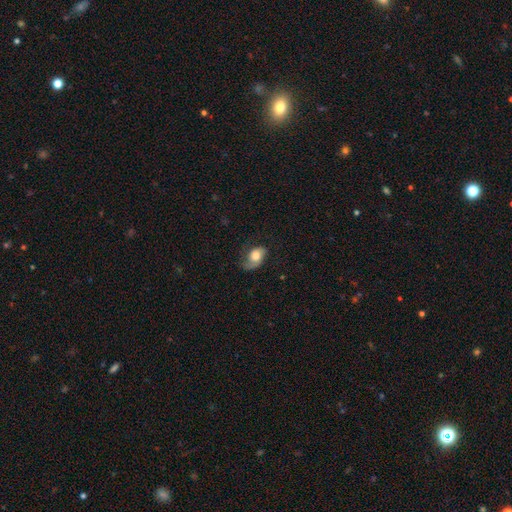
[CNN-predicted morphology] A smooth galaxy with no disk features (58%) that is in between round and cigar-shaped (80%). Merging: none (46%).